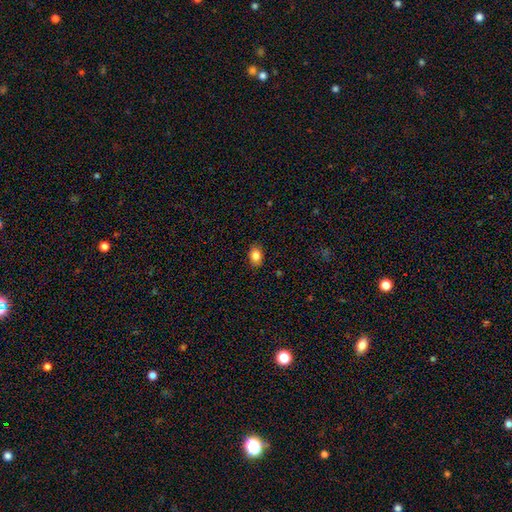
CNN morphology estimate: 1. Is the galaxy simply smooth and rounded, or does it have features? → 85% smooth, 9% star or artifact, 6% featured or disk.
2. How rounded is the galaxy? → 74% in between, 25% round, 1% cigar-shaped.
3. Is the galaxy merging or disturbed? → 87% none, 10% minor disturbance, 2% major disturbance, 1% merger.